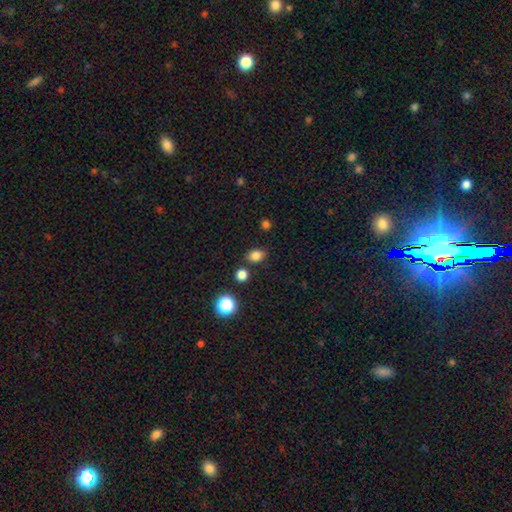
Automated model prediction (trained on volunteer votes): Smooth or featured? smooth (83%)
How rounded? in between (62%)
Merging? none (80%)